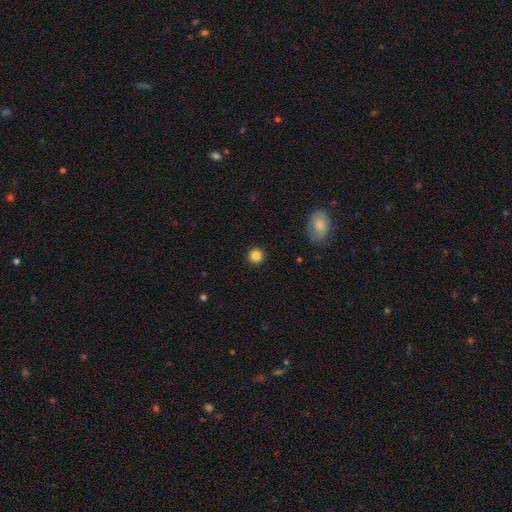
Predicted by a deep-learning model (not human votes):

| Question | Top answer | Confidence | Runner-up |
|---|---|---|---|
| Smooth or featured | smooth | 85% | star or artifact (11%) |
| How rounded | round | 95% | in between (4%) |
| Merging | none | 92% | minor disturbance (5%) |